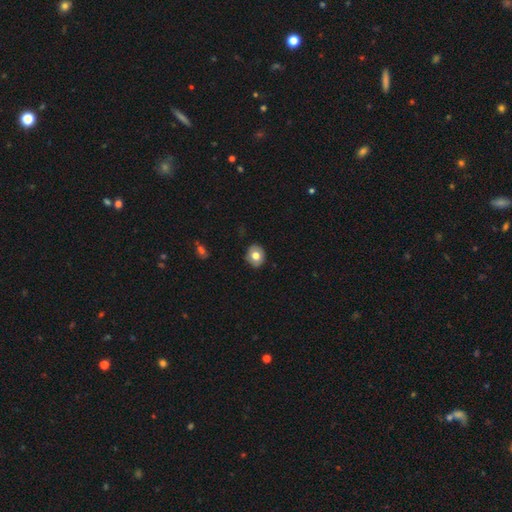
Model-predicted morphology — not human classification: smooth-or-featured: smooth: 71% | featured or disk: 20% | star or artifact: 9%
  how-rounded: round: 70% | in between: 29% | cigar-shaped: 1%
  merging: none: 87% | minor disturbance: 10% | major disturbance: 2% | merger: 1%